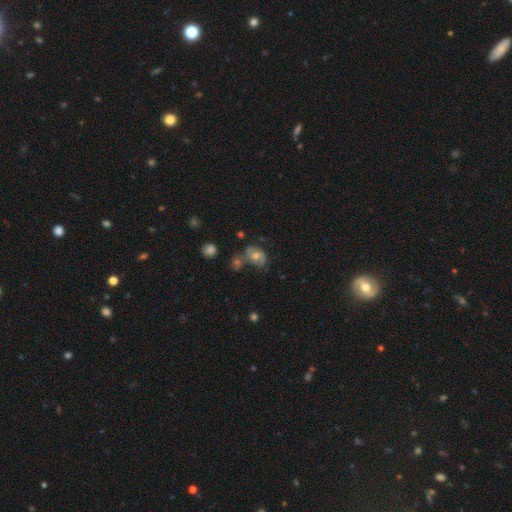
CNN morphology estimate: featured or disk 52%, smooth 34%, star or artifact 14%. Down the decision tree: edge-on disk — no (96%); merging — none (50%).